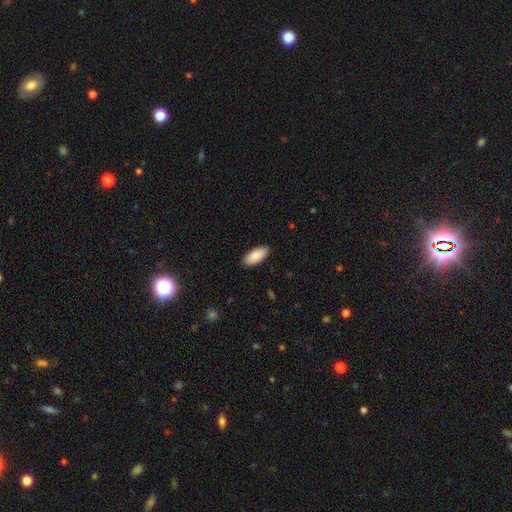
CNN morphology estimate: Smooth or featured? smooth (89%)
How rounded? in between (89%)
Merging? none (89%)